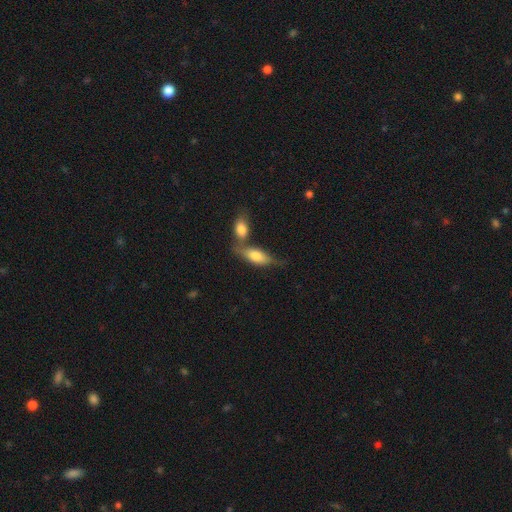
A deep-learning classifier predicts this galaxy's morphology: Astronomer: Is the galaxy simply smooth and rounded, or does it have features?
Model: smooth — 68%.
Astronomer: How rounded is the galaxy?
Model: in between — 75%.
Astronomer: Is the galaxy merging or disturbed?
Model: merger — 45% (runner-up: none, 35%).